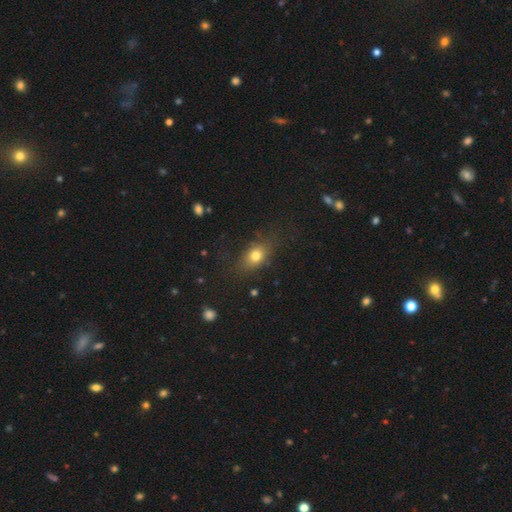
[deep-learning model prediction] This appears to be a smooth galaxy with no disk features (76%) that is in between round and cigar-shaped (70%). Merging: none (73%).